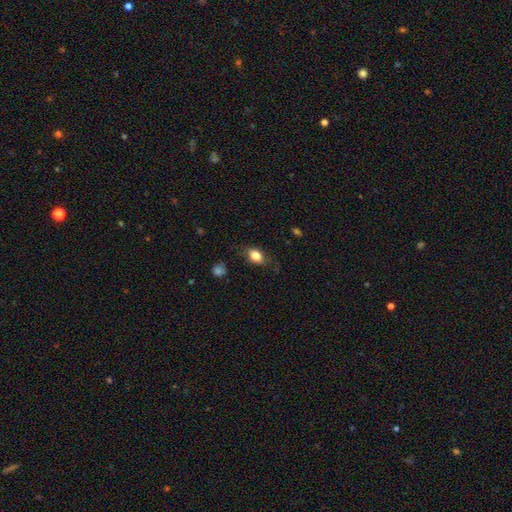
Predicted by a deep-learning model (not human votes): A smooth galaxy with no disk features (81%) that is in between round and cigar-shaped (78%). Merging: none (73%).